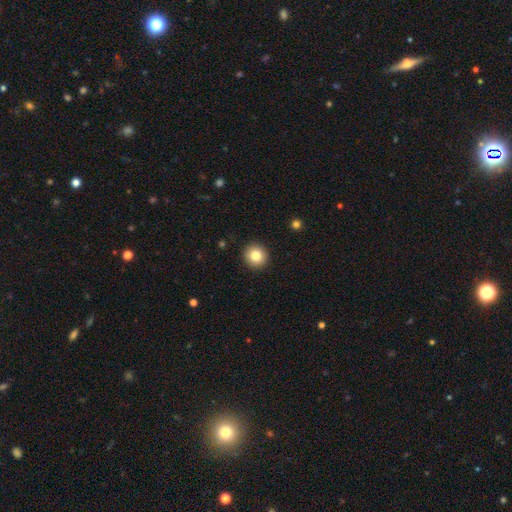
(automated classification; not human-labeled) The model was most divided on "smooth or featured": smooth: 82%, star or artifact: 10%, featured or disk: 8%. More confident: how rounded — round (93%); merging — none (93%).